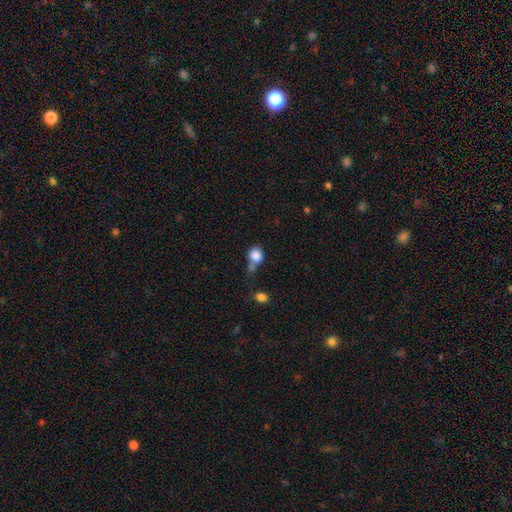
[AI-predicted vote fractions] Smooth or featured? Predicted: smooth (p=0.84). How rounded? Predicted: round (p=0.81). Merging? Predicted: none (p=0.42).